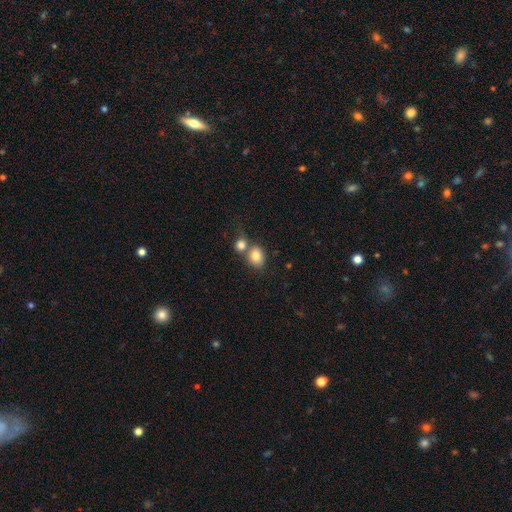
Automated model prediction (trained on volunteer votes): This is clearly a smooth galaxy (83%). How rounded: possibly round (50%). Merging: marginally merger (45%).